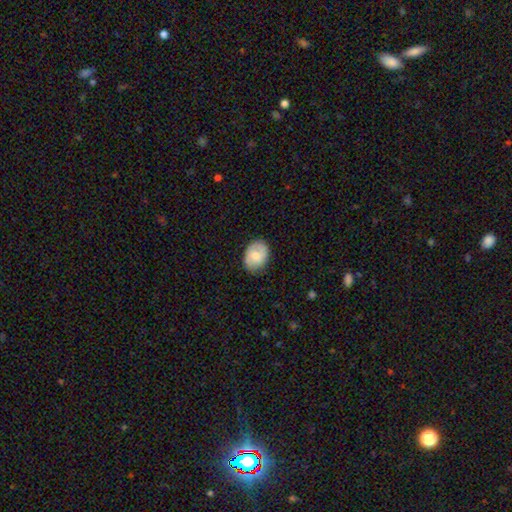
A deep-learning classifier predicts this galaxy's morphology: Overall: smooth (59%; featured or disk 34%). How rounded: in between (65%; round 34%). Merging: none (81%).